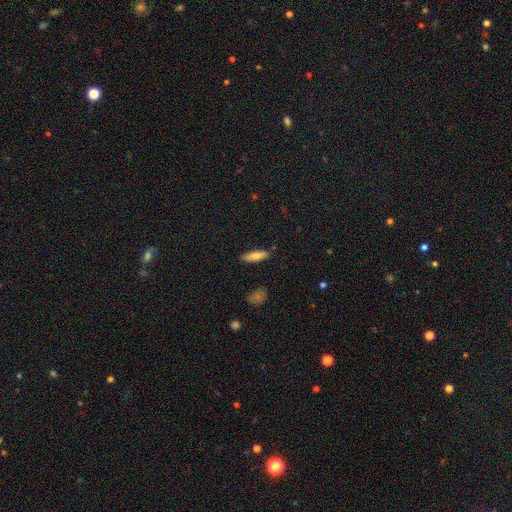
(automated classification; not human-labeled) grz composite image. It shows a smooth galaxy with no disk features (71%) that is cigar-shaped (53%). Merging: none (87%).